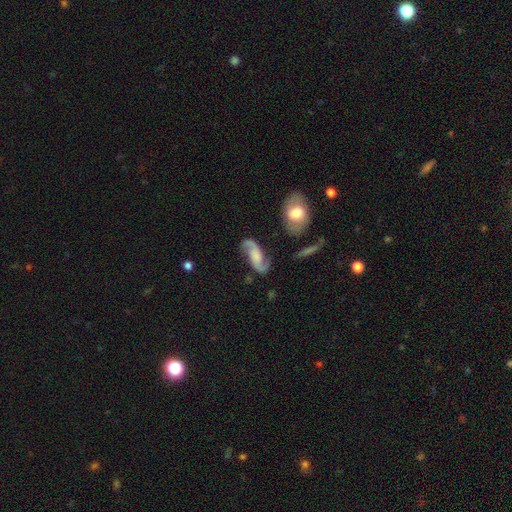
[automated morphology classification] A featured or disk galaxy (87%) with no bar (53%), 2 (94%) loose (51%) spiral arms (97%) and no central bulge (40%). Merging: none (74%).